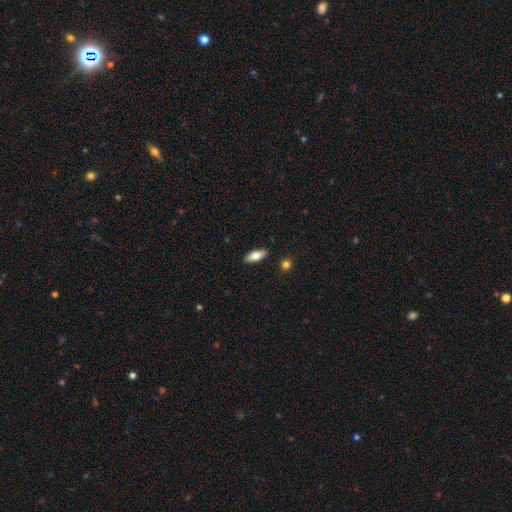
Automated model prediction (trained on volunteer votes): Smooth or featured? smooth (72%)
How rounded? in between (71%)
Merging? none (89%)